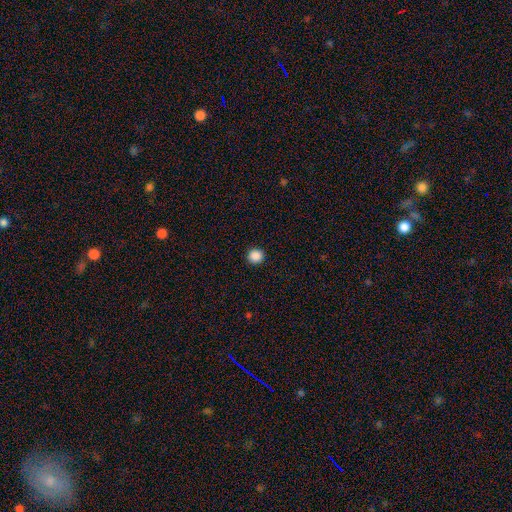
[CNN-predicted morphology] smooth-or-featured: smooth: 88% | star or artifact: 10% | featured or disk: 2%
  how-rounded: round: 95% | in between: 4% | cigar-shaped: 1%
  merging: none: 93% | minor disturbance: 4% | major disturbance: 2% | merger: 1%